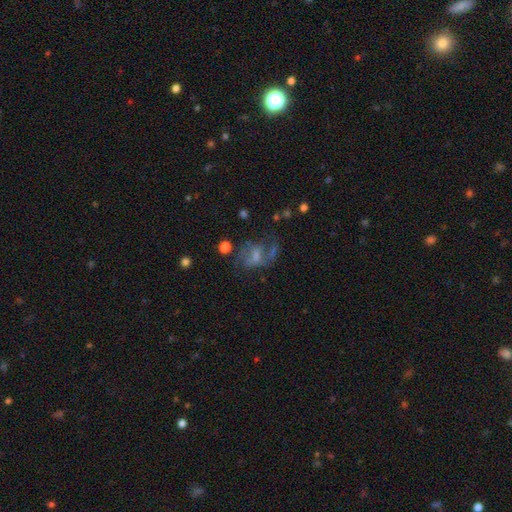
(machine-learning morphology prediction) Overall: featured or disk (60%; smooth 22%). Edge-on disk: no (97%). Bar: weak (46%; no 41%). Spiral arms: yes (75%). Bulge size: small (41%; moderate 32%). Merging: none (45%; major disturbance 29%).